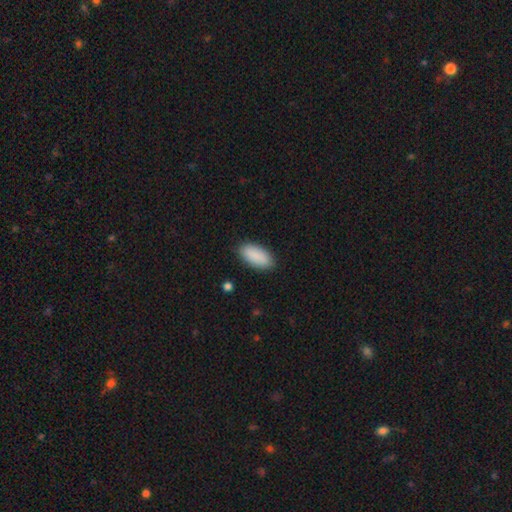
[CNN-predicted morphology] This is clearly a smooth galaxy (90%). How rounded: clearly in between (93%). Merging: clearly none (88%).